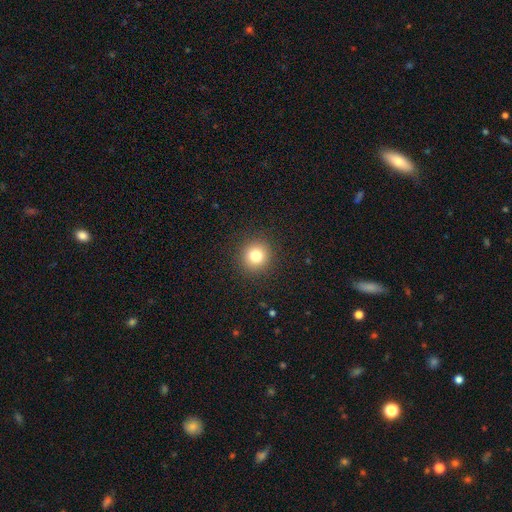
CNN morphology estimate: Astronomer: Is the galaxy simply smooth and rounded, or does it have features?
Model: smooth — 80%.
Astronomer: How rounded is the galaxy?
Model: round — 93%.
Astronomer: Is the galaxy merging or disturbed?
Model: none — 92%.